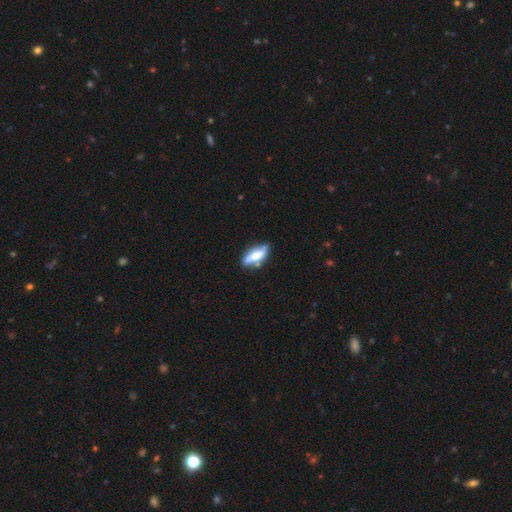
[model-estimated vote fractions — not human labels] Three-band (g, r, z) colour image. It shows a featured or disk galaxy (48%). Merging: none (62%).